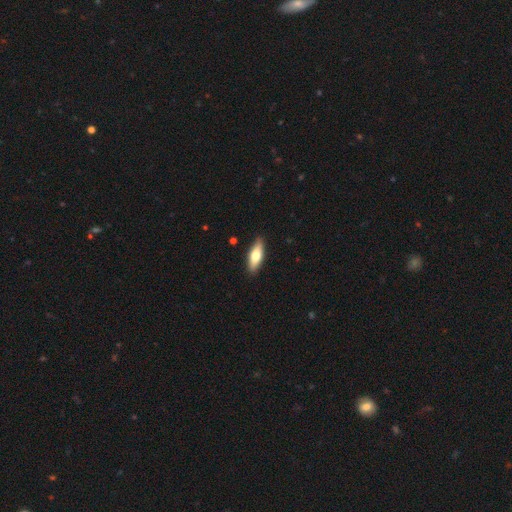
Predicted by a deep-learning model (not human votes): smooth 67%, featured or disk 27%, star or artifact 6%. Down the decision tree: how rounded — in between (63%); merging — none (89%).